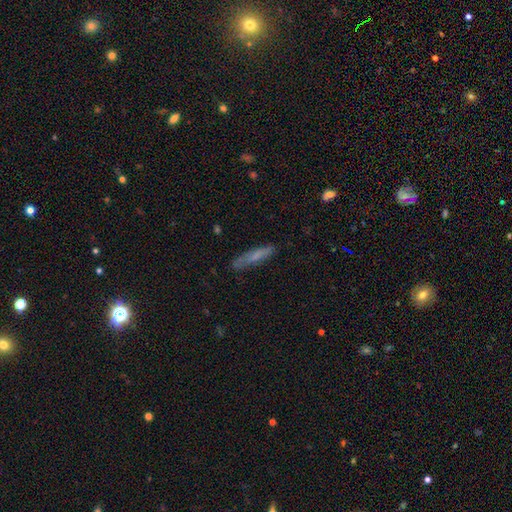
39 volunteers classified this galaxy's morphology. smooth_or_featured: smooth (p=0.69) [alt: featured or disk p=0.23]
how_rounded: cigar-shaped (p=0.93) [alt: round p=0.04]
merging: none (p=0.83) [alt: minor disturbance p=0.14]